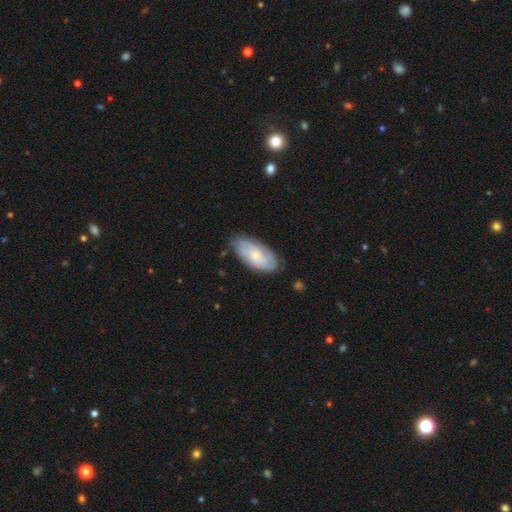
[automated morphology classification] Overall: featured or disk (66%; smooth 28%). Edge-on disk: no (94%). Bar: no (72%). Spiral arms: yes (92%). Spiral arm count: can't tell (40%; 3 18%). Spiral winding: tight (59%; medium 31%). Bulge size: small (59%; moderate 33%). Merging: none (77%).